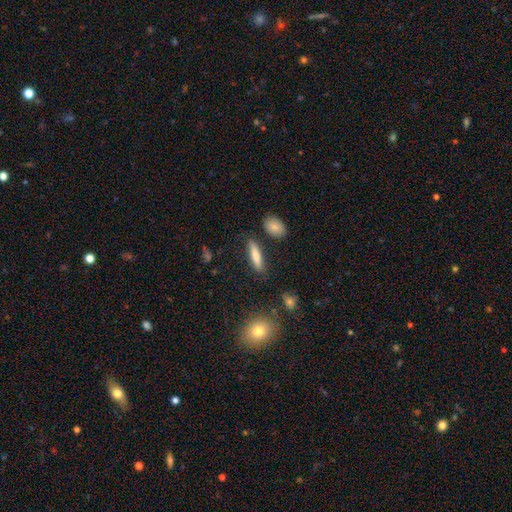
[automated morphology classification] smooth-or-featured: smooth: 72% | featured or disk: 20% | star or artifact: 7%
  how-rounded: cigar-shaped: 73% | in between: 25% | round: 3%
  merging: none: 85% | minor disturbance: 9% | merger: 3% | major disturbance: 2%